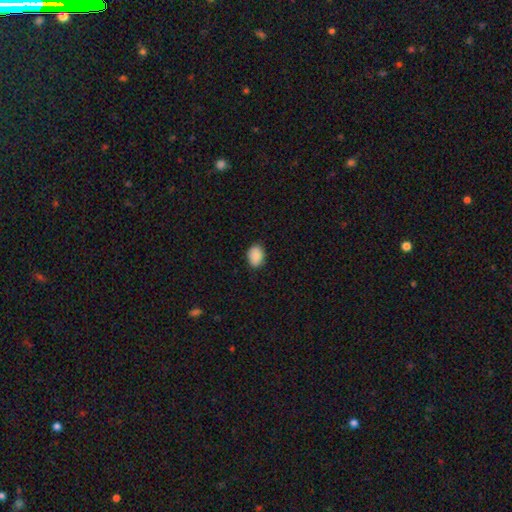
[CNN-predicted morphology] A smooth galaxy with no disk features (89%) that is in between round and cigar-shaped (71%). Merging: none (87%).